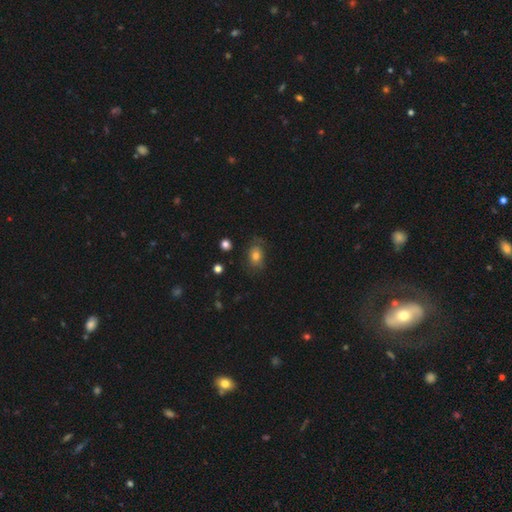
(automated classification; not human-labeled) Morphology: type=smooth (70%); roundness=in between (69%); merging=none (64%).